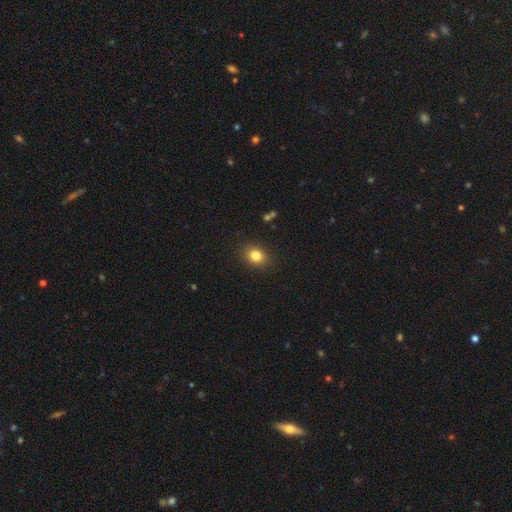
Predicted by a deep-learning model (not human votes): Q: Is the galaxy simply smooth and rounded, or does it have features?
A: smooth — 82%.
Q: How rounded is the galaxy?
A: in between — 54%.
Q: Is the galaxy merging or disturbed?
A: none — 88%.